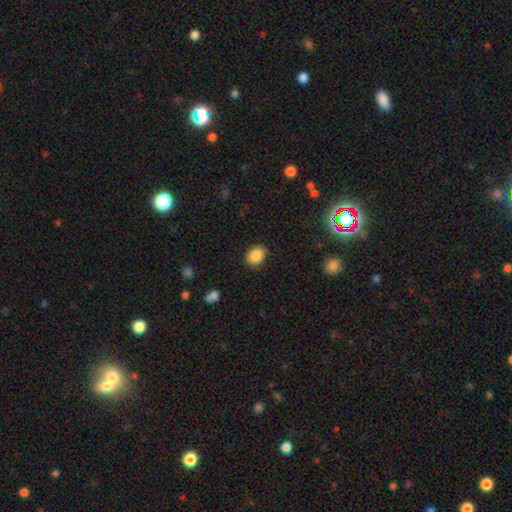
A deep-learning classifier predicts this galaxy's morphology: Smooth or featured?
  - smooth: 88% *
  - star or artifact: 8%
  - featured or disk: 4%
How rounded?
  - in between: 64% *
  - round: 35%
  - cigar-shaped: 1%
Merging?
  - none: 87% *
  - minor disturbance: 9%
  - major disturbance: 2%
  - merger: 1%